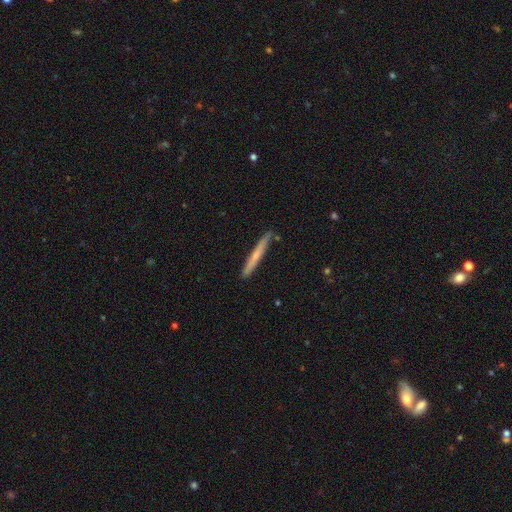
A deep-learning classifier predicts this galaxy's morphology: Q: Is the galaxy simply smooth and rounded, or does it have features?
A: smooth — 56%.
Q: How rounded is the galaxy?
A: cigar-shaped — 97%.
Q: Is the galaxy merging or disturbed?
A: none — 88%.